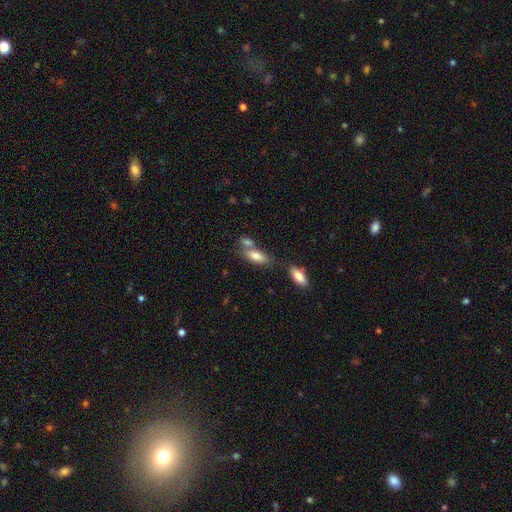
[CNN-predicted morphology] Q: Smooth or featured?
A: smooth (79%); runner-up: featured or disk (14%)
Q: How rounded?
A: in between (78%); runner-up: cigar-shaped (19%)
Q: Merging?
A: none (48%); runner-up: merger (32%)